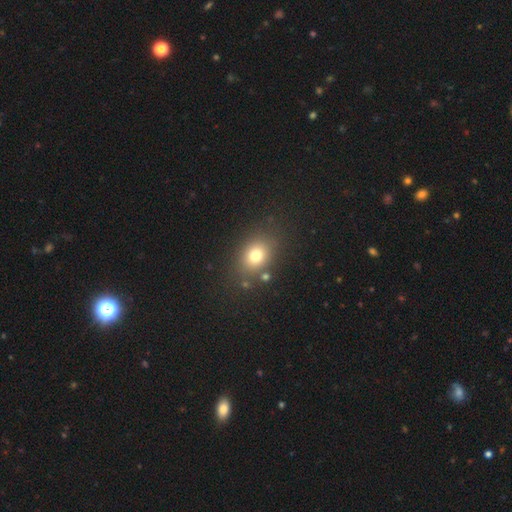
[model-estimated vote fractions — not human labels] Smooth or featured?
  - smooth: 76% *
  - star or artifact: 14%
  - featured or disk: 10%
How rounded?
  - in between: 55% *
  - round: 44%
  - cigar-shaped: 1%
Merging?
  - none: 80% *
  - minor disturbance: 11%
  - merger: 5%
  - major disturbance: 4%